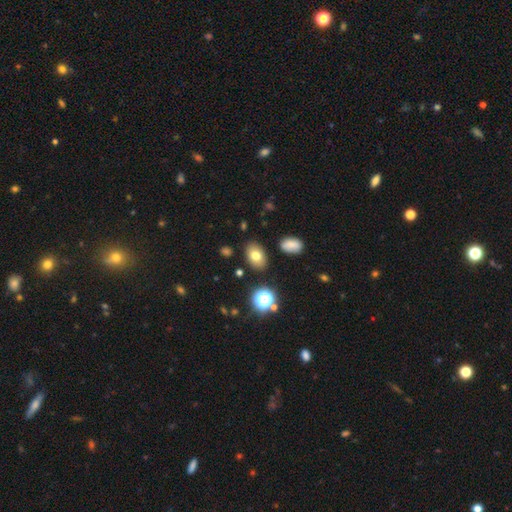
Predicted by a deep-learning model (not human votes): This appears to be a smooth galaxy with no disk features (75%) that is in between round and cigar-shaped (83%). Merging: none (85%).